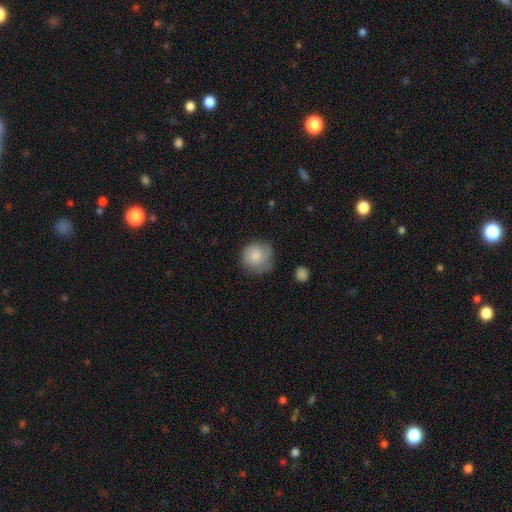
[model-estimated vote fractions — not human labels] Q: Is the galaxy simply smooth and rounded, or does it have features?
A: smooth — 84%.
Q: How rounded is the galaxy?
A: round — 91%.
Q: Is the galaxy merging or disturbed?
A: none — 72%.